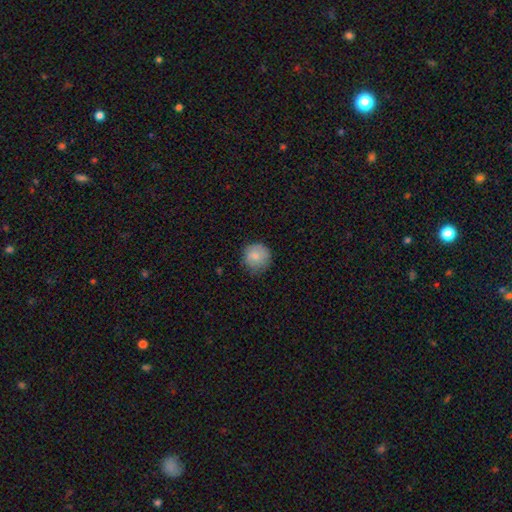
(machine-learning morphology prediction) smooth-or-featured: smooth: 78% | featured or disk: 14% | star or artifact: 8%
  how-rounded: round: 93% | in between: 6% | cigar-shaped: 1%
  merging: none: 78% | minor disturbance: 18% | major disturbance: 4% | merger: 1%